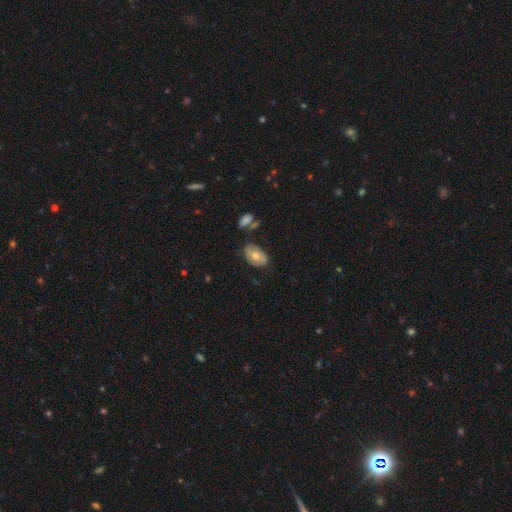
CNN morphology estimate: smooth-or-featured: smooth: 61% | featured or disk: 32% | star or artifact: 7%
  how-rounded: in between: 90% | round: 9% | cigar-shaped: 1%
  merging: none: 71% | minor disturbance: 19% | merger: 6% | major disturbance: 5%